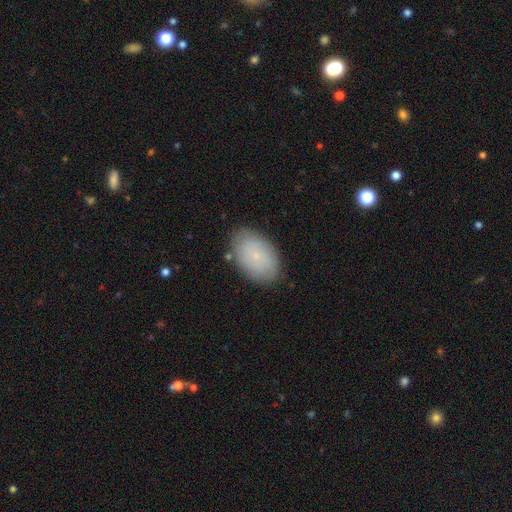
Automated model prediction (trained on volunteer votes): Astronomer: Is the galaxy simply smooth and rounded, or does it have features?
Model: smooth — 71%.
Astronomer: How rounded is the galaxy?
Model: in between — 91%.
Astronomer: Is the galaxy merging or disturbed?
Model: none — 82%.